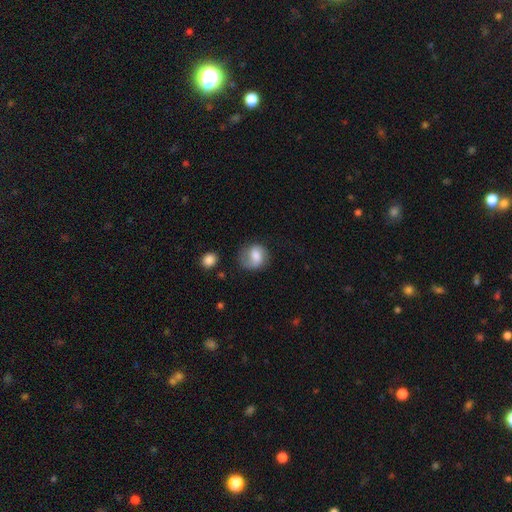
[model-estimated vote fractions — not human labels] smooth-or-featured: smooth: 61% | featured or disk: 31% | star or artifact: 8%
  how-rounded: round: 68% | in between: 31% | cigar-shaped: 1%
  merging: none: 57% | minor disturbance: 25% | major disturbance: 14% | merger: 3%